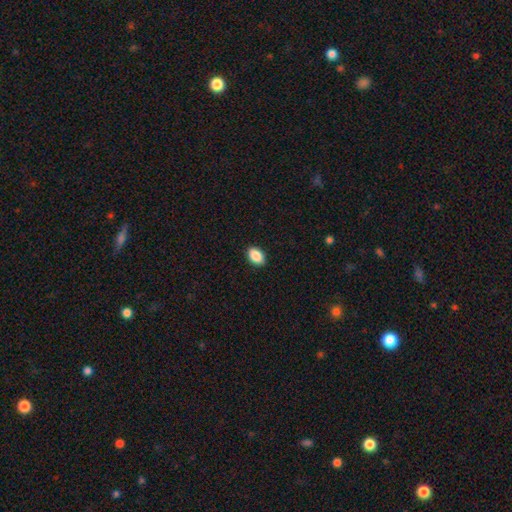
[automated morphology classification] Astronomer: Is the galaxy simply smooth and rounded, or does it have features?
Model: smooth — 89%.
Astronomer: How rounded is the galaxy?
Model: in between — 88%.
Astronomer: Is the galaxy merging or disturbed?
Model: none — 90%.